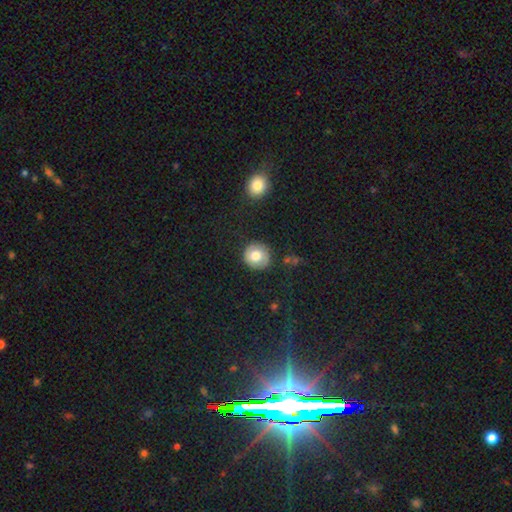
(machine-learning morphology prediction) A smooth galaxy with no disk features (70%) that is round (90%).

Vote fractions:
- Smooth or featured? smooth: 70% / featured or disk: 21% / star or artifact: 9%
- How rounded? round: 90% / in between: 9% / cigar-shaped: 1%
- Merging? none: 84% / minor disturbance: 11% / major disturbance: 3% / merger: 2%